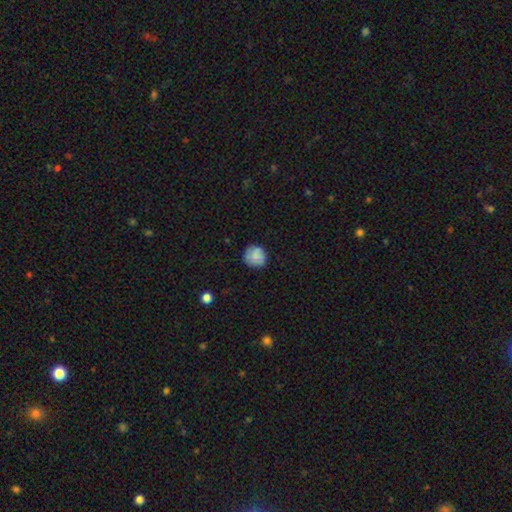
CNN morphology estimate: smooth-or-featured: smooth: 76% | featured or disk: 15% | star or artifact: 9%
  how-rounded: round: 89% | in between: 10% | cigar-shaped: 1%
  merging: none: 80% | minor disturbance: 15% | major disturbance: 4% | merger: 1%